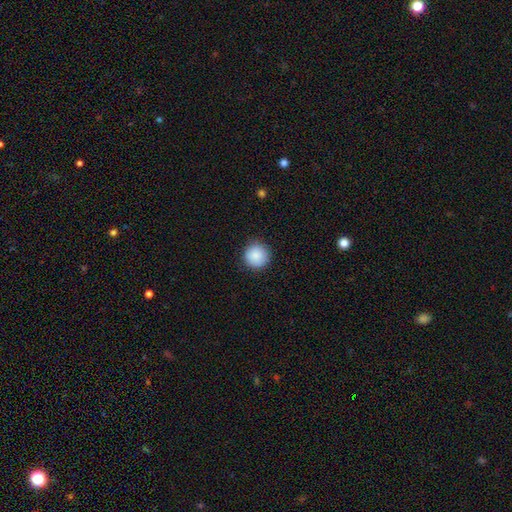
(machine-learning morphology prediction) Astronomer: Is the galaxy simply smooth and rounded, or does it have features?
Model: smooth — 89%.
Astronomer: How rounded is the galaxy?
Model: round — 96%.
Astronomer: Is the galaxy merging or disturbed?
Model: none — 89%.